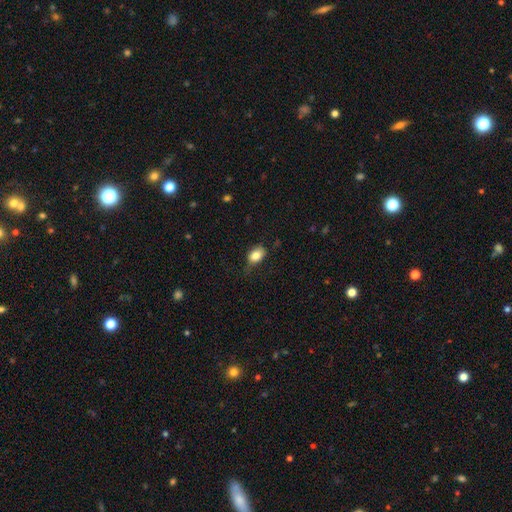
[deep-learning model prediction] Smooth or featured? Predicted: smooth (p=0.83). How rounded? Predicted: in between (p=0.74). Merging? Predicted: none (p=0.56).